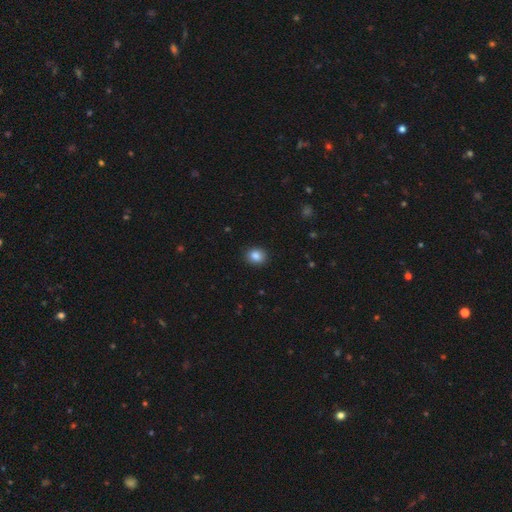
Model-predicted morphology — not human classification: Smooth or featured? smooth (86%)
How rounded? round (66%)
Merging? none (90%)